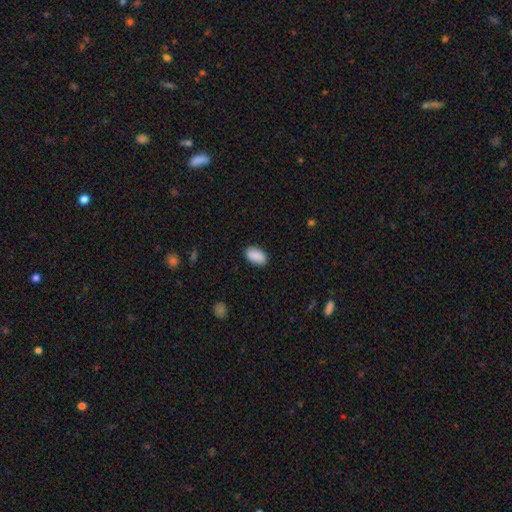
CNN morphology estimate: Smooth or featured?
  - smooth: 89% *
  - star or artifact: 7%
  - featured or disk: 4%
How rounded?
  - in between: 92% *
  - round: 5%
  - cigar-shaped: 2%
Merging?
  - none: 86% *
  - minor disturbance: 10%
  - major disturbance: 2%
  - merger: 1%